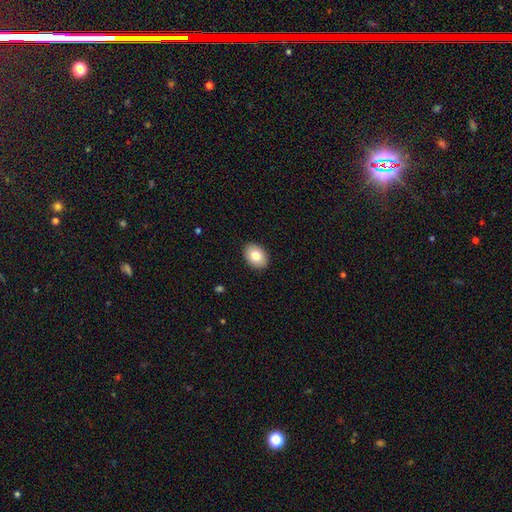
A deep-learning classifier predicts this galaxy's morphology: This is clearly a smooth galaxy (81%). How rounded: likely in between (78%). Merging: clearly none (90%).